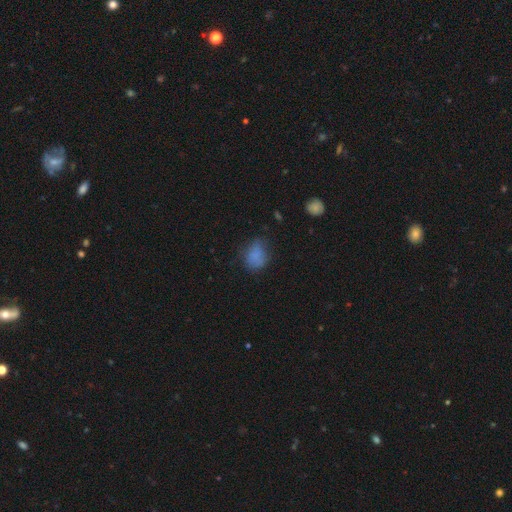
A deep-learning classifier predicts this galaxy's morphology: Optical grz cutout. It shows a smooth galaxy with no disk features (77%) that is in between round and cigar-shaped (60%). Merging: none (57%).